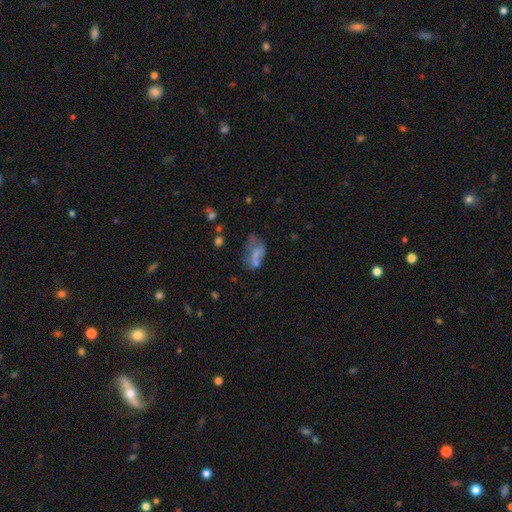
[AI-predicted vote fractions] A smooth galaxy with no disk features (54%) that is in between round and cigar-shaped (85%).

Vote fractions:
- Smooth or featured? smooth: 54% / featured or disk: 32% / star or artifact: 14%
- How rounded? in between: 85% / round: 11% / cigar-shaped: 4%
- Merging? major disturbance: 28% / none: 27% / merger: 26% / minor disturbance: 20%